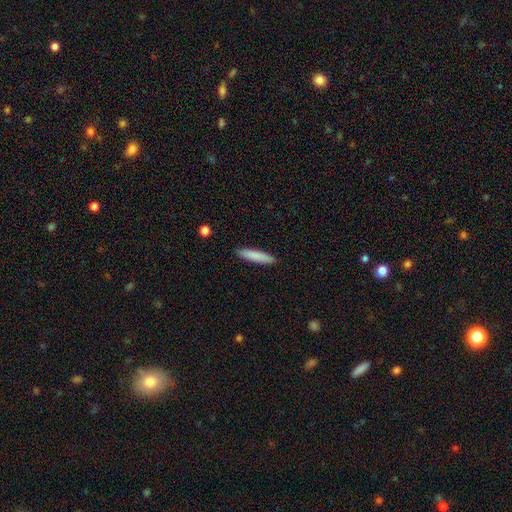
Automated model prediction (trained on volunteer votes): The model was most divided on "how rounded": cigar-shaped: 82%, in between: 17%, round: 1%. More confident: merging — none (89%); smooth or featured — smooth (85%).